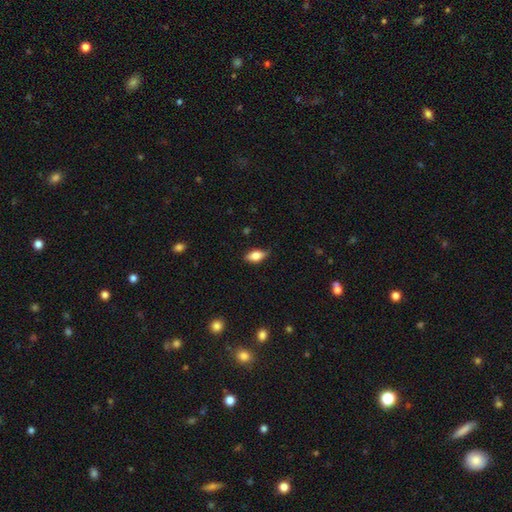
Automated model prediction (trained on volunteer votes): Smooth or featured? Predicted: smooth (p=0.71). How rounded? Predicted: in between (p=0.85). Merging? Predicted: none (p=0.80).